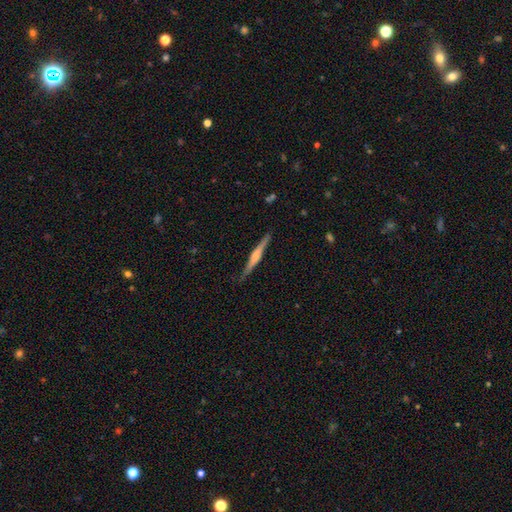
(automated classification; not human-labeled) smooth-or-featured: featured or disk: 66% | smooth: 28% | star or artifact: 6%
  disk-edge-on: yes: 98% | no: 2%
    edge-on-bulge: rounded: 67% | boxy: 20% | none: 14%
  merging: none: 87% | minor disturbance: 10% | major disturbance: 2% | merger: 1%